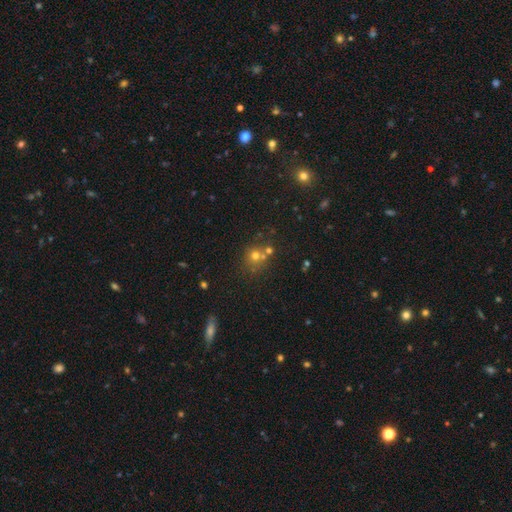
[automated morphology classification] type=smooth (59%); roundness=round (85%); merging=none (56%).